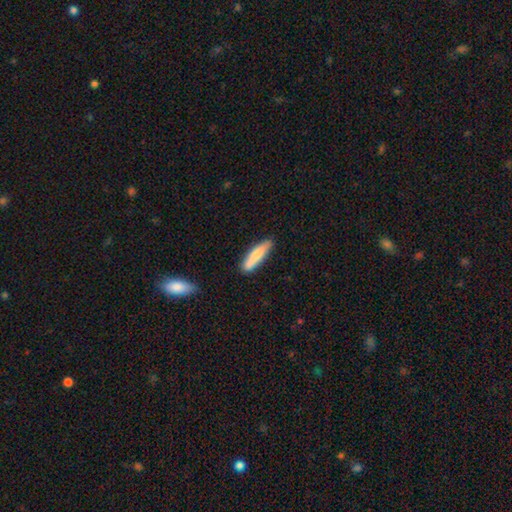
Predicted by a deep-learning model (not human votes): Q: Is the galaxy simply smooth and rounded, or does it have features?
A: smooth — 78%.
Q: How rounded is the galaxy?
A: cigar-shaped — 77%.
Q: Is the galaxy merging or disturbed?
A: none — 81%.